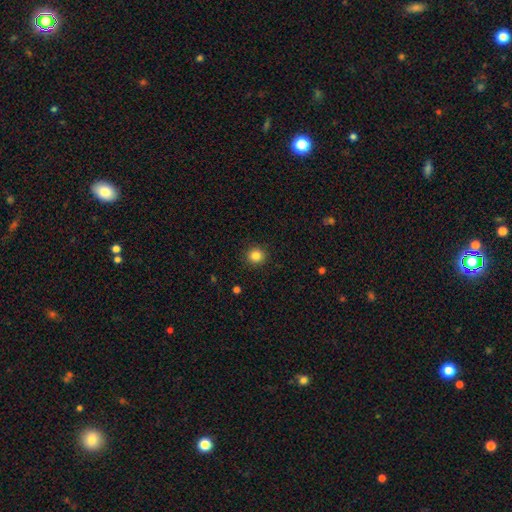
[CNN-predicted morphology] Overall: smooth (85%). How rounded: round (93%). Merging: none (92%).